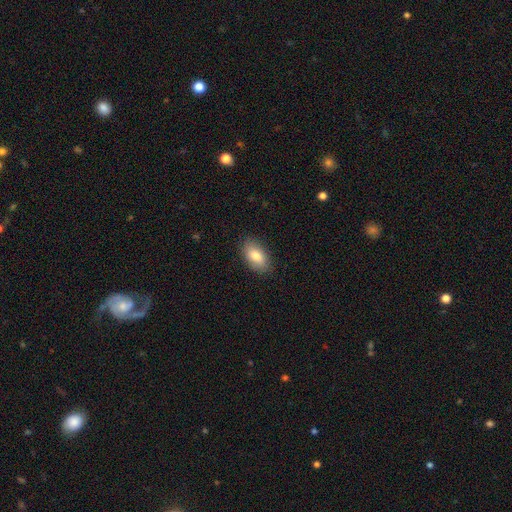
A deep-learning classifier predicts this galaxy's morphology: A smooth galaxy with no disk features (83%) that is in between round and cigar-shaped (93%). Merging: none (86%).